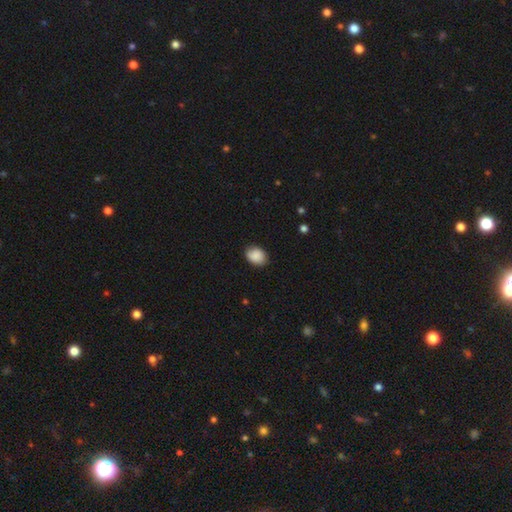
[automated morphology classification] This appears to be a smooth galaxy with no disk features (88%) that is in between round and cigar-shaped (63%). Merging: none (82%).